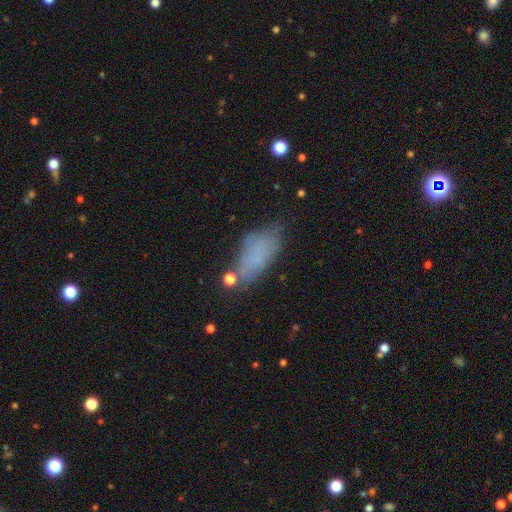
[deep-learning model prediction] Smooth or featured?
  - smooth: 70% *
  - featured or disk: 16%
  - star or artifact: 14%
How rounded?
  - in between: 85% *
  - cigar-shaped: 11%
  - round: 4%
Merging?
  - none: 57% *
  - minor disturbance: 25%
  - major disturbance: 12%
  - merger: 6%